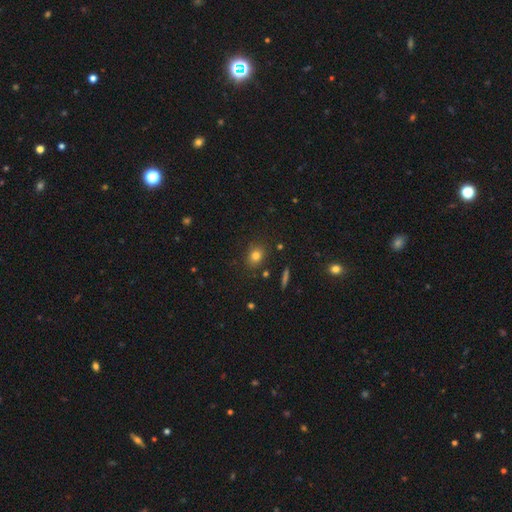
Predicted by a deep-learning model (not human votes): smooth-or-featured: smooth: 80% | star or artifact: 12% | featured or disk: 8%
  how-rounded: round: 50% | in between: 48% | cigar-shaped: 2%
  merging: none: 83% | minor disturbance: 11% | major disturbance: 3% | merger: 3%